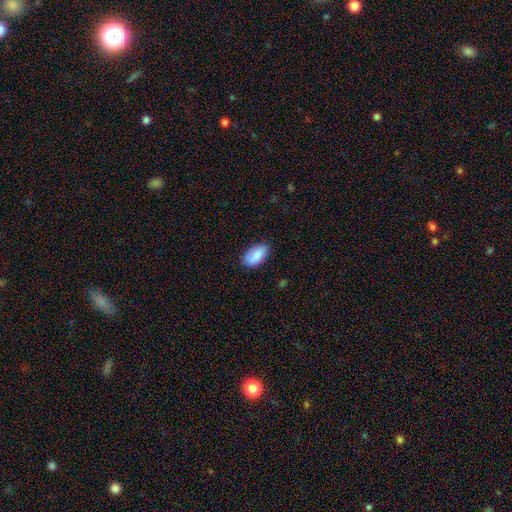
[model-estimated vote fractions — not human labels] This appears to be a smooth galaxy with no disk features (86%) that is in between round and cigar-shaped (94%). Merging: none (79%).